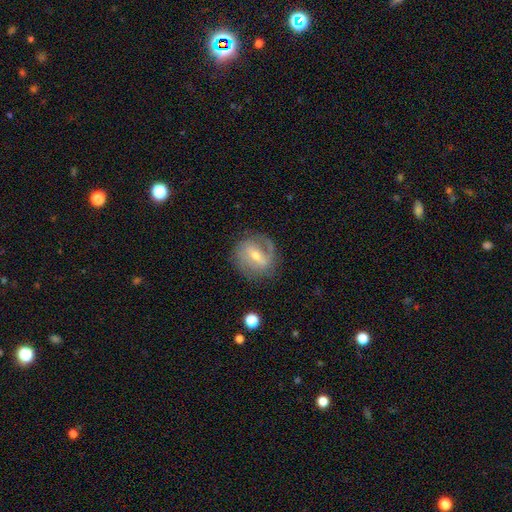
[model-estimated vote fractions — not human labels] Smooth or featured?
  - featured or disk: 75% *
  - smooth: 18%
  - star or artifact: 7%
Edge-on disk?
  - no: 95% *
  - yes: 5%
Bar?
  - weak: 45% *
  - strong: 40%
  - no: 15%
Spiral arms?
  - yes: 85% *
  - no: 15%
Spiral winding?
  - medium: 44% *
  - tight: 35%
  - loose: 21%
Spiral arm count?
  - 2: 68% *
  - 1: 14%
  - can't tell: 13%
  - 3: 3%
  - 4: 1%
  - more than 4: 1%
Bulge size?
  - moderate: 49% *
  - small: 46%
  - large: 2%
  - none: 2%
  - dominant: 1%
Merging?
  - none: 74% *
  - minor disturbance: 16%
  - major disturbance: 9%
  - merger: 2%